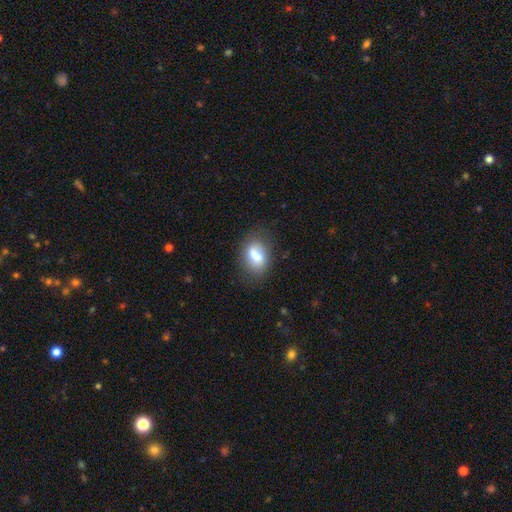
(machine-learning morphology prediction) Smooth or featured? smooth (75%)
How rounded? in between (81%)
Merging? none (70%)